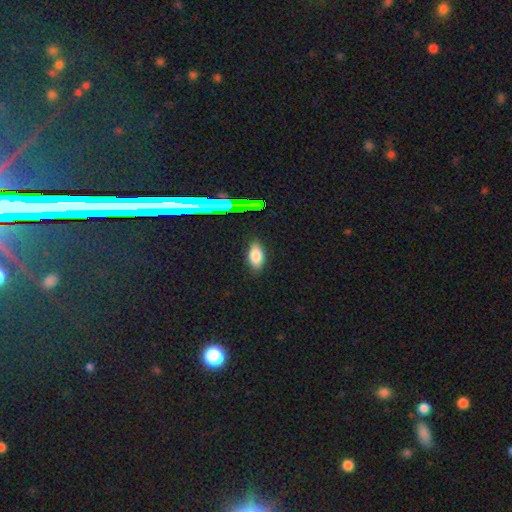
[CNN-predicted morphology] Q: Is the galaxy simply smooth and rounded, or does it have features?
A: smooth — 76%.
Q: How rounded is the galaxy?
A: in between — 88%.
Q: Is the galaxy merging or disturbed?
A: none — 86%.